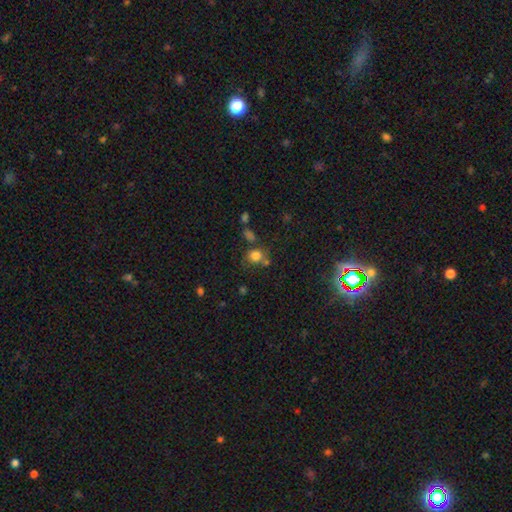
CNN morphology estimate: Smooth or featured: smooth — 78% (star or artifact — 14%)
How rounded: round — 74% (in between — 24%)
Merging: none — 57% (merger — 20%)